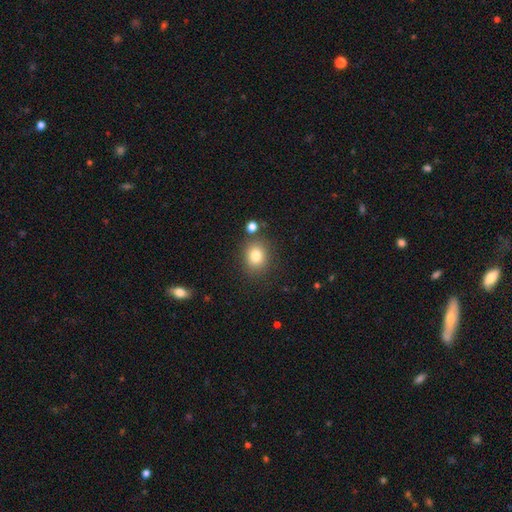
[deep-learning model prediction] This is clearly a smooth galaxy (81%). How rounded: likely round (64%). Merging: likely none (79%).